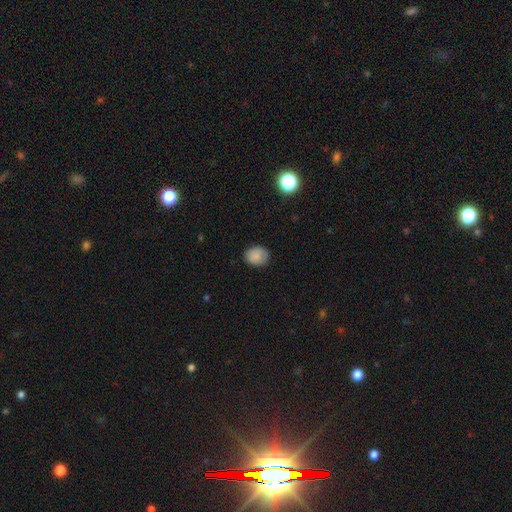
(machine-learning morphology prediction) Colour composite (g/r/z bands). It shows a smooth galaxy with no disk features (85%) that is in between round and cigar-shaped (51%). Merging: none (78%).